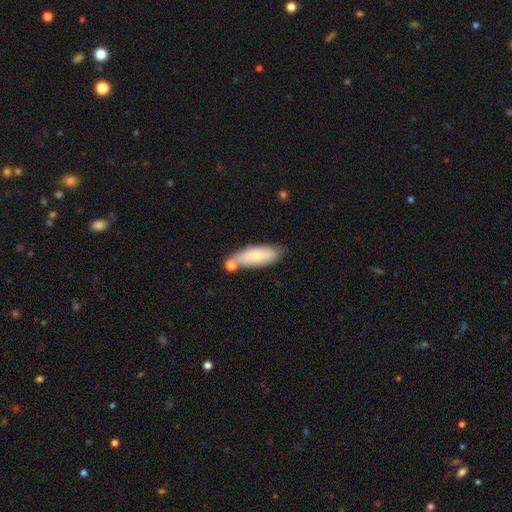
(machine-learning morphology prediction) A smooth galaxy with no disk features (72%) that is in between round and cigar-shaped (72%).

Vote fractions:
- Smooth or featured? smooth: 72% / featured or disk: 22% / star or artifact: 6%
- How rounded? in between: 72% / cigar-shaped: 26% / round: 2%
- Merging? none: 67% / minor disturbance: 17% / merger: 13% / major disturbance: 4%